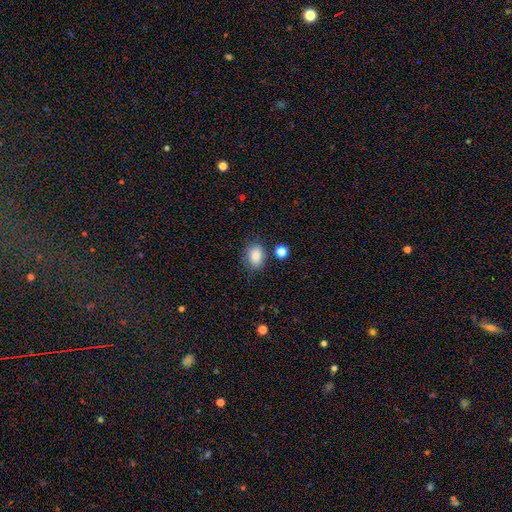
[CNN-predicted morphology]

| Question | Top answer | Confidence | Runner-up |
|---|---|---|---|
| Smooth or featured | smooth | 85% | star or artifact (9%) |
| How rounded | in between | 75% | round (24%) |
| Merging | none | 73% | minor disturbance (16%) |